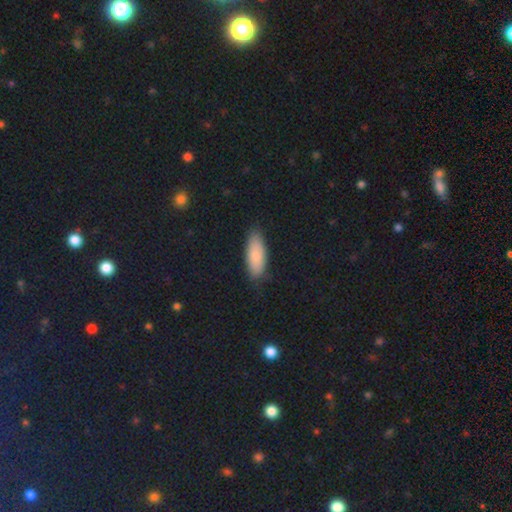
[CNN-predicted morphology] The model was most divided on "how rounded": in between: 73%, cigar-shaped: 25%, round: 2%. More confident: smooth or featured — smooth (85%); merging — none (84%).